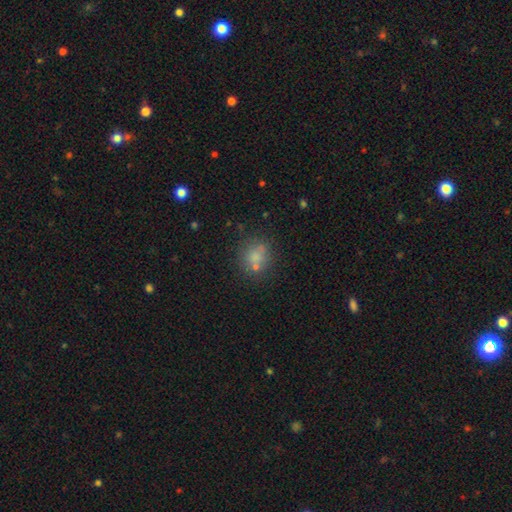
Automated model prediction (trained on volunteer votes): A smooth galaxy with no disk features (65%) that is round (77%).

Vote fractions:
- Smooth or featured? smooth: 65% / star or artifact: 20% / featured or disk: 15%
- How rounded? round: 77% / in between: 21% / cigar-shaped: 1%
- Merging? none: 66% / merger: 17% / minor disturbance: 12% / major disturbance: 5%